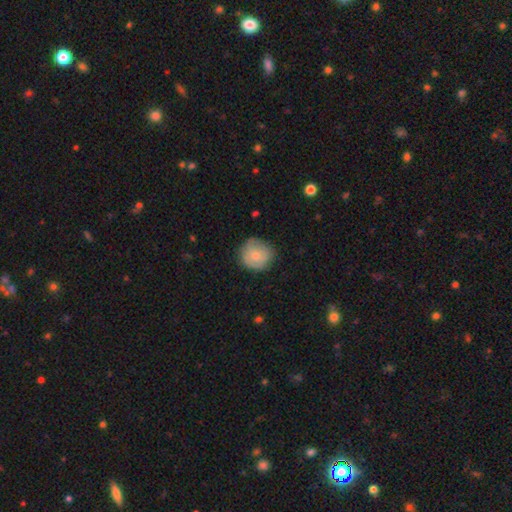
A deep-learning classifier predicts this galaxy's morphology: Smooth or featured? Predicted: smooth (p=0.67). How rounded? Predicted: round (p=0.87). Merging? Predicted: none (p=0.72).